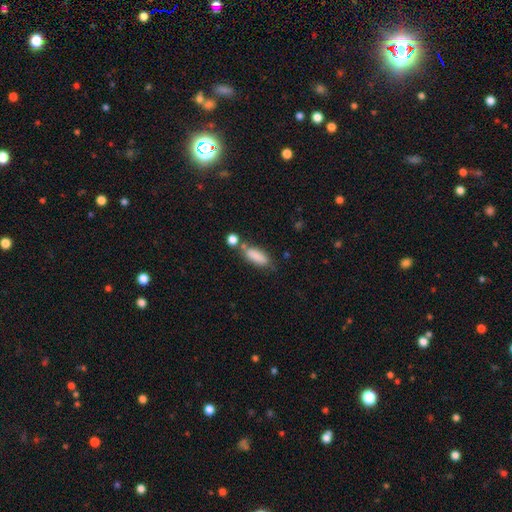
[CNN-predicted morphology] Q: Smooth or featured?
A: smooth (84%); runner-up: featured or disk (8%)
Q: How rounded?
A: in between (69%); runner-up: cigar-shaped (28%)
Q: Merging?
A: none (57%); runner-up: minor disturbance (18%)